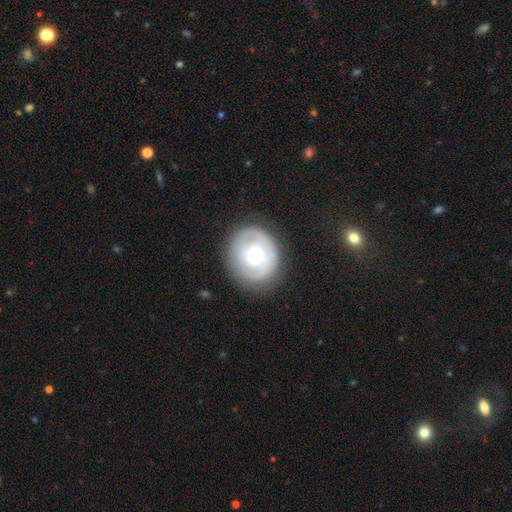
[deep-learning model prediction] smooth-or-featured: featured or disk: 61% | smooth: 33% | star or artifact: 6%
  disk-edge-on: no: 97% | yes: 3%
    bar: no: 71% | weak: 23% | strong: 6%
    has-spiral-arms: yes: 66% | no: 34%
    bulge-size: moderate: 65% | large: 25% | small: 6% | dominant: 2% | none: 1%
  merging: none: 79% | minor disturbance: 14% | major disturbance: 6% | merger: 1%